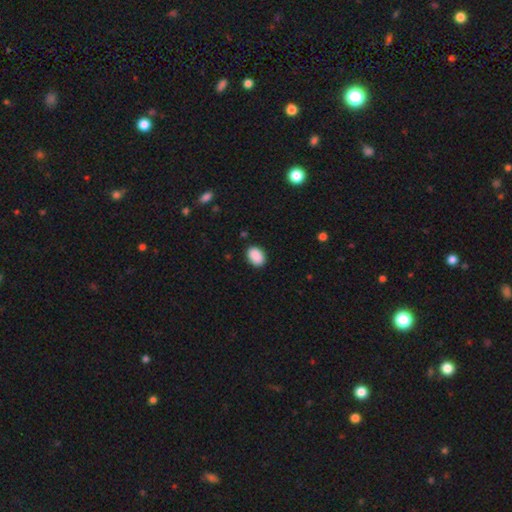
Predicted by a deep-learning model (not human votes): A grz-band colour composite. It shows a smooth galaxy with no disk features (90%) that is in between round and cigar-shaped (82%). Merging: none (87%).